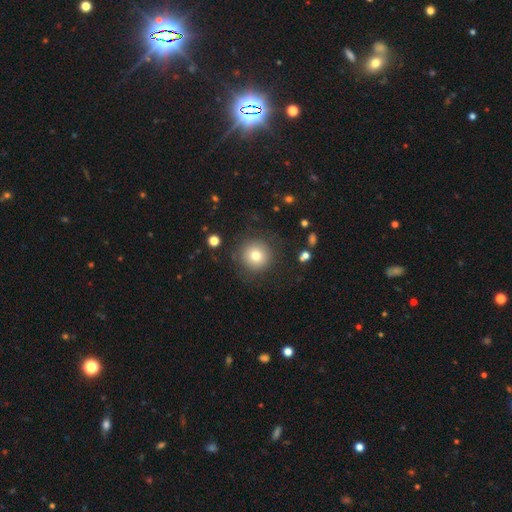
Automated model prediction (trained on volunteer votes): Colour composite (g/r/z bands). It shows a smooth galaxy with no disk features (76%) that is round (94%). Merging: none (85%).